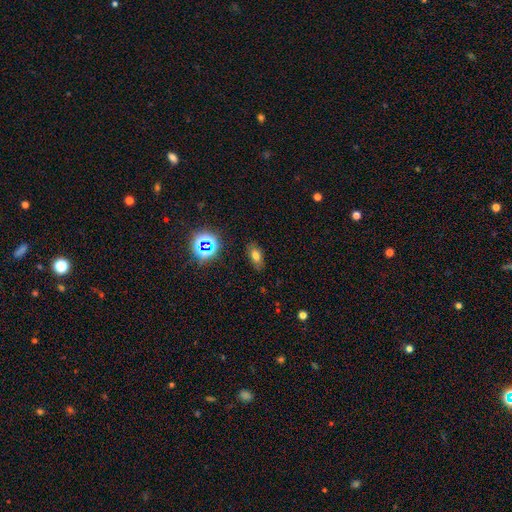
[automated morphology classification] The model was most divided on "smooth or featured": smooth: 67%, star or artifact: 20%, featured or disk: 13%. More confident: how rounded — in between (84%); merging — none (83%).